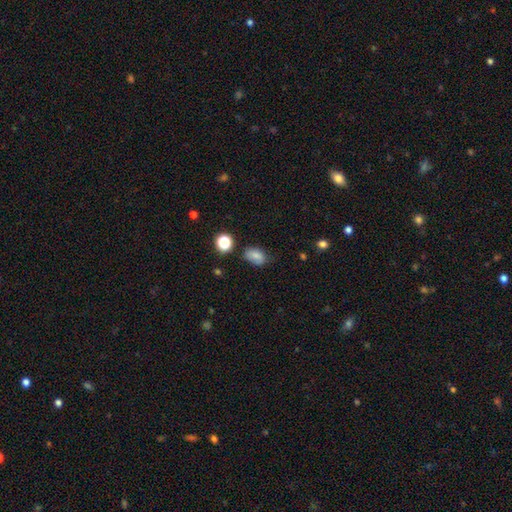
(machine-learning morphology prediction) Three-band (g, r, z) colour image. It shows a smooth galaxy with no disk features (76%) that is in between round and cigar-shaped (80%). Merging: none (66%).